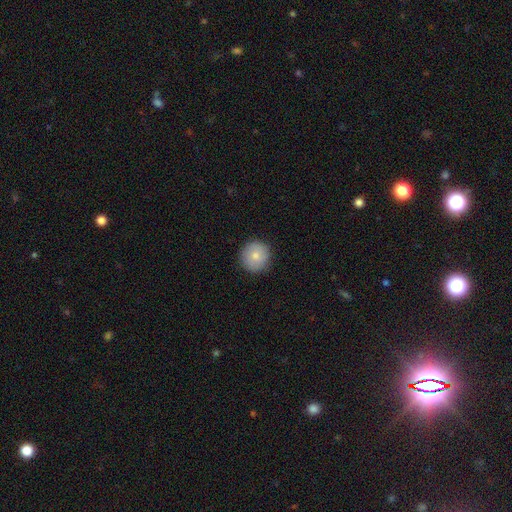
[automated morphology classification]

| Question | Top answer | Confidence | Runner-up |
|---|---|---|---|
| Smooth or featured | smooth | 77% | featured or disk (15%) |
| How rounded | round | 95% | in between (4%) |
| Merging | none | 88% | minor disturbance (9%) |